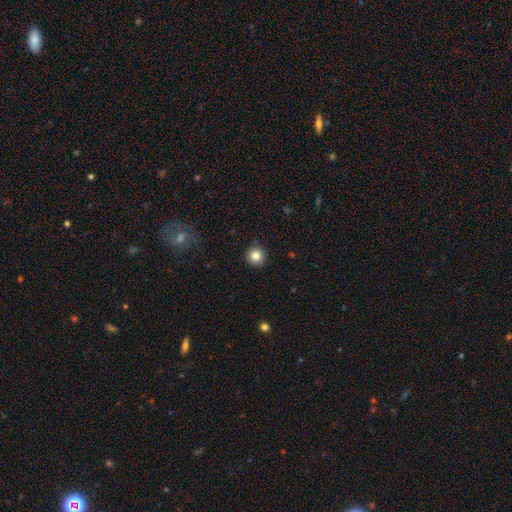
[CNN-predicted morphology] type=smooth (84%); roundness=round (95%); merging=none (92%).